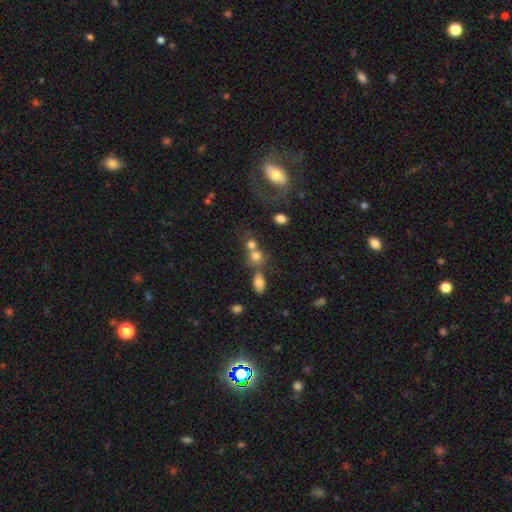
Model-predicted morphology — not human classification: type=smooth (73%); roundness=round (70%); merging=merger (46%).